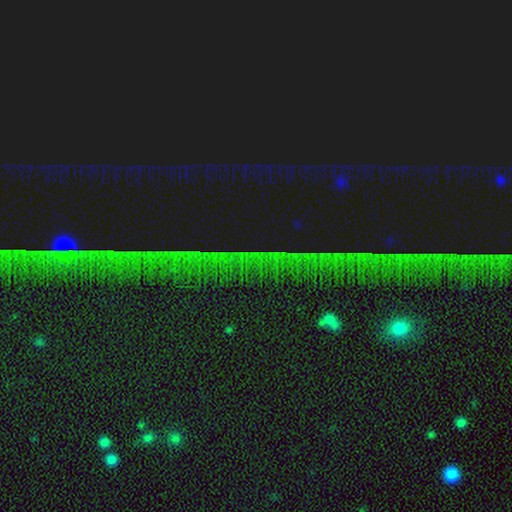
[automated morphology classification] smooth-or-featured: star or artifact: 79% | smooth: 11% | featured or disk: 10%